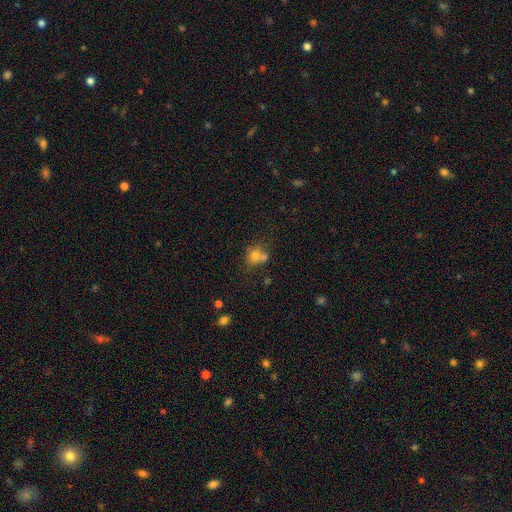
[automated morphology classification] smooth_or_featured: smooth (p=0.68) [alt: featured or disk p=0.16]
how_rounded: round (p=0.71) [alt: in between p=0.28]
merging: none (p=0.42) [alt: merger p=0.41]